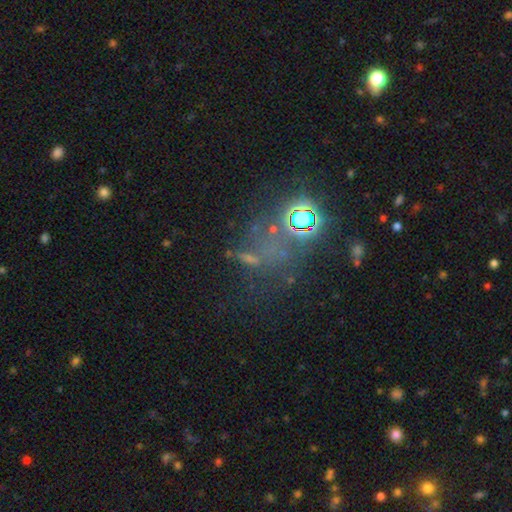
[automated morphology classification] The model was most divided on "smooth or featured": star or artifact: 57%, smooth: 23%, featured or disk: 20%.